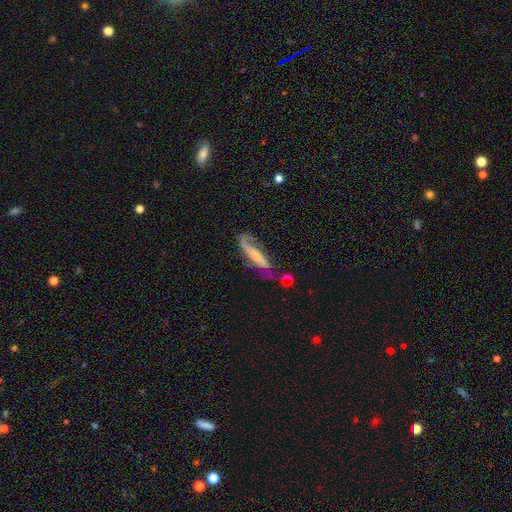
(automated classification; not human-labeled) This is likely a featured or disk galaxy (72%). It is likely not viewed edge-on (76%). Bar: marginally no (38%). Spiral arm pattern: clearly yes (88%). Central bulge: possibly small (54%). Merging: possibly none (55%).